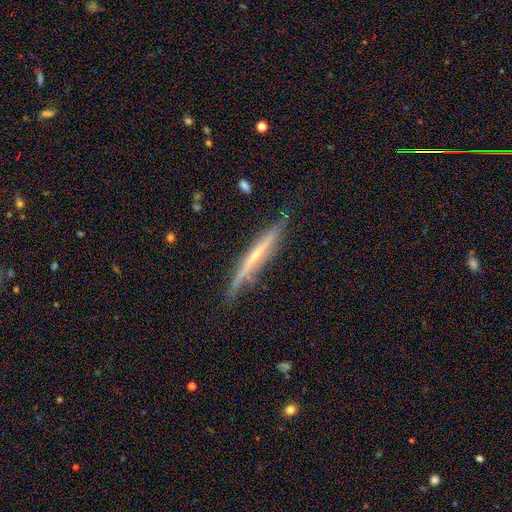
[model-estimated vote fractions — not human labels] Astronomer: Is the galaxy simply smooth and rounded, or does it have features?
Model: featured or disk — 71%.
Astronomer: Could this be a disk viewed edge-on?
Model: yes — 94%.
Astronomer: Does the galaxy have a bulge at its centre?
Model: none — 47% (runner-up: rounded, 46%).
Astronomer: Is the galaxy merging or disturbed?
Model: none — 75%.